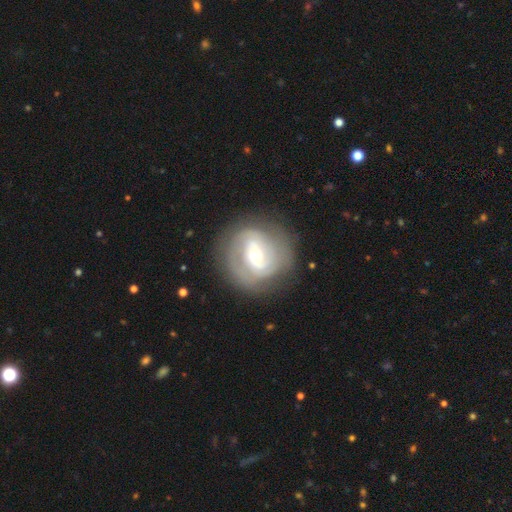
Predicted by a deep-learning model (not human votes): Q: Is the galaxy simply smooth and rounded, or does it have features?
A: featured or disk — 78%.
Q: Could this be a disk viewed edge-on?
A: no — 97%.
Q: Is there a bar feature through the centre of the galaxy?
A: weak — 45%.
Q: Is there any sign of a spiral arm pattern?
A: yes — 87%.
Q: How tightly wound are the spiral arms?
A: tight — 53%.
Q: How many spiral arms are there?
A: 2 — 54%.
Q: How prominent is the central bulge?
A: moderate — 58%.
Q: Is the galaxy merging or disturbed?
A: none — 77%.